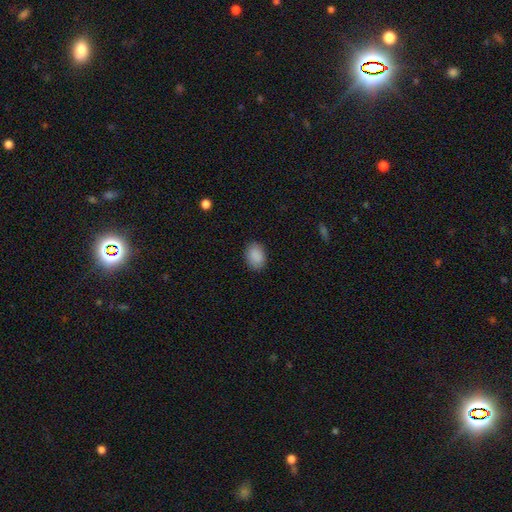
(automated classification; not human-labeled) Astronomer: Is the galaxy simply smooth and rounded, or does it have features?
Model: smooth — 89%.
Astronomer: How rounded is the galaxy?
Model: in between — 76%.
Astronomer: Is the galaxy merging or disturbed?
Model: none — 86%.